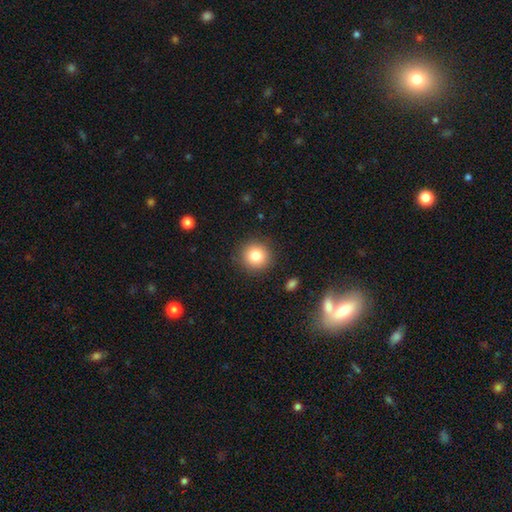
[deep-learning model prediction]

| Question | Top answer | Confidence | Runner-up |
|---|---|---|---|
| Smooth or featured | smooth | 82% | star or artifact (10%) |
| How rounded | round | 93% | in between (6%) |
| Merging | none | 89% | minor disturbance (7%) |